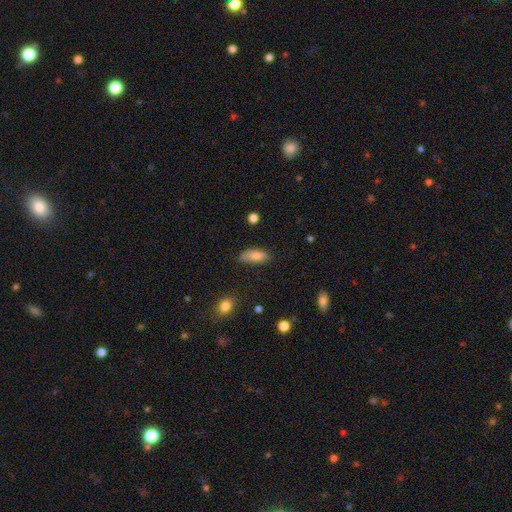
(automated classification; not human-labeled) smooth-or-featured: smooth: 80% | featured or disk: 13% | star or artifact: 8%
  how-rounded: in between: 79% | cigar-shaped: 18% | round: 3%
  merging: none: 65% | minor disturbance: 27% | major disturbance: 6% | merger: 3%